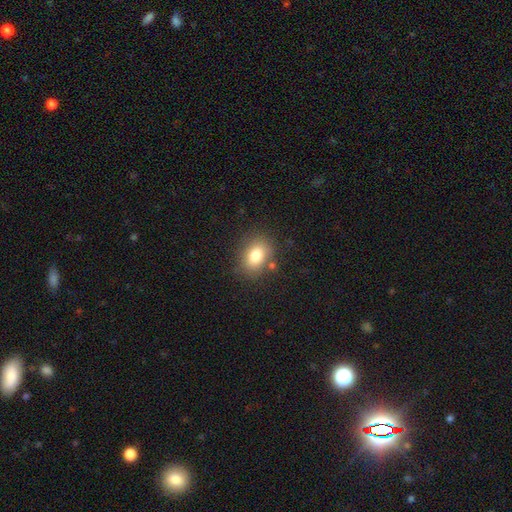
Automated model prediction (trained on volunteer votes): Smooth or featured?
  - smooth: 80% *
  - featured or disk: 10%
  - star or artifact: 10%
How rounded?
  - in between: 68% *
  - round: 31%
  - cigar-shaped: 1%
Merging?
  - none: 79% *
  - minor disturbance: 13%
  - merger: 4%
  - major disturbance: 4%